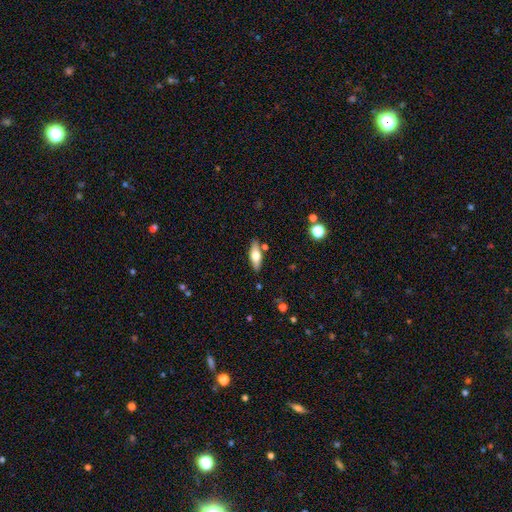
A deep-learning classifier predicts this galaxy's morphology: Smooth or featured? smooth (51%)
How rounded? in between (58%)
Merging? none (83%)